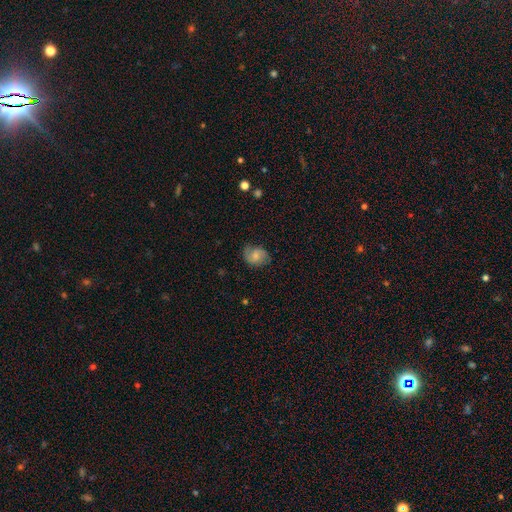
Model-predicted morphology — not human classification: Smooth or featured? featured or disk (47%)
Merging? none (72%)